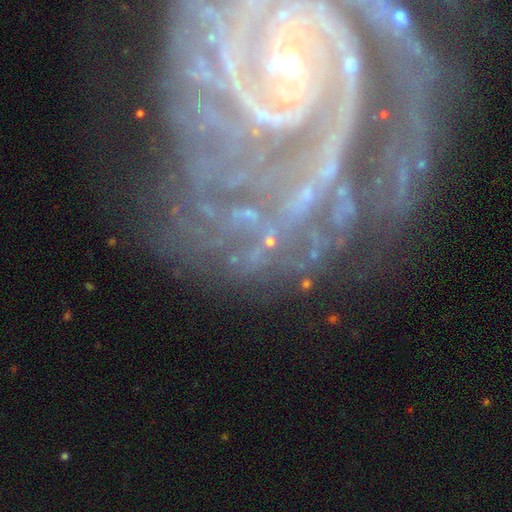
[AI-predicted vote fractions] Smooth or featured? featured or disk (65%)
Edge-on disk? no (96%)
Bar? no (46%)
Spiral arms? yes (83%)
Spiral winding? tight (64%)
Spiral arm count? can't tell (34%)
Bulge size? small (57%)
Merging? none (61%)